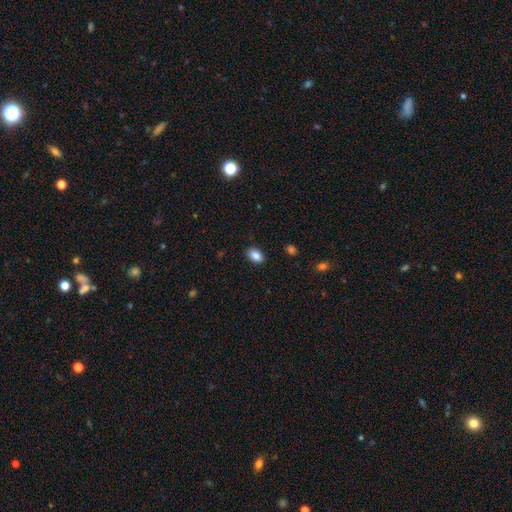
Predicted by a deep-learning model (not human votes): Smooth or featured: smooth — 87% (star or artifact — 9%)
How rounded: in between — 87% (round — 11%)
Merging: none — 88% (minor disturbance — 9%)